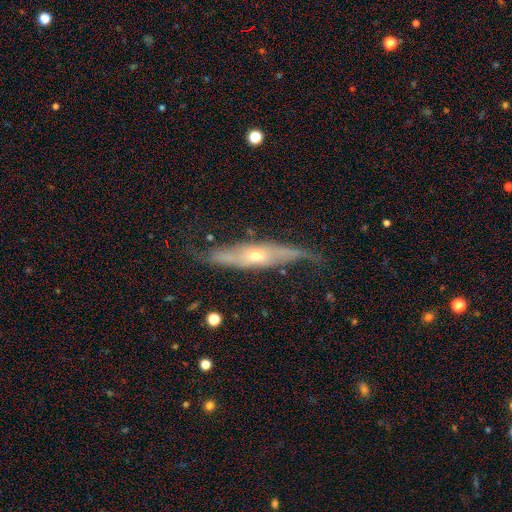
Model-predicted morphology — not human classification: type=featured or disk (75%); edge-on=yes (50%, tied with no); merging=none (60%).